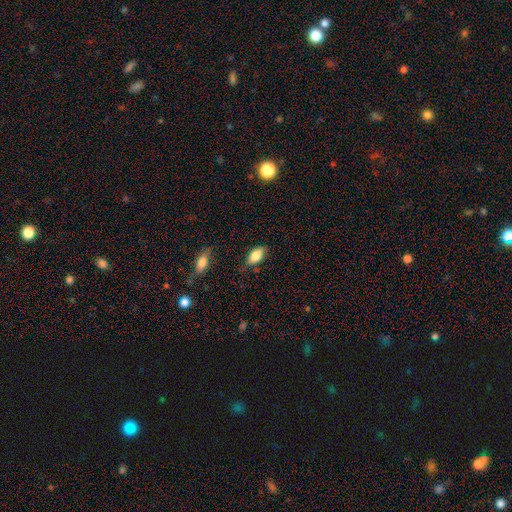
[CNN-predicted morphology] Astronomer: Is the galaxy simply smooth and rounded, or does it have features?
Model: smooth — 81%.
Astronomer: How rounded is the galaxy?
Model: in between — 89%.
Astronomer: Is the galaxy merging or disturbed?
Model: none — 73%.